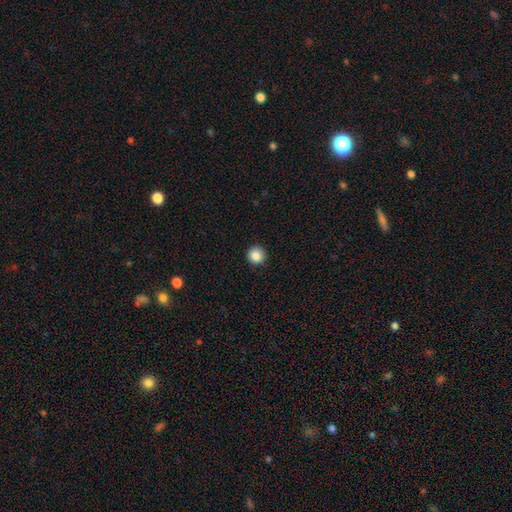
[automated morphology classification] smooth_or_featured: smooth (p=0.86) [alt: star or artifact p=0.09]
how_rounded: round (p=0.96) [alt: in between p=0.04]
merging: none (p=0.92) [alt: minor disturbance p=0.05]